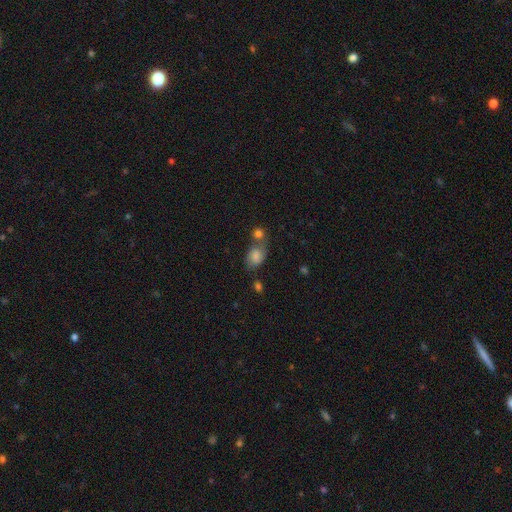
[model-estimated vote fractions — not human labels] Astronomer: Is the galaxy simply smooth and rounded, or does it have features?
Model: smooth — 66%.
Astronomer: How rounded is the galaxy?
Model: in between — 71%.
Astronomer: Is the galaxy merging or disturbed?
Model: none — 43% (runner-up: merger, 33%).